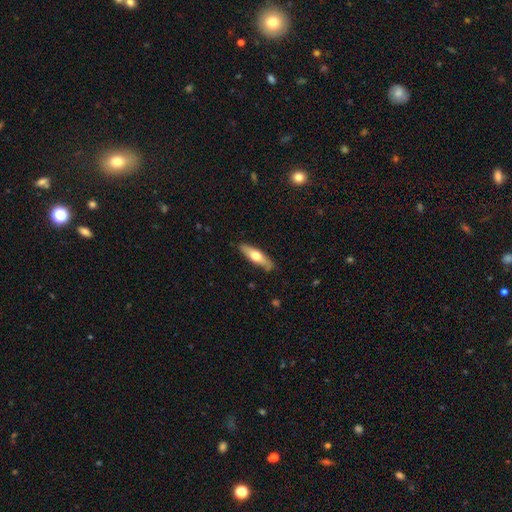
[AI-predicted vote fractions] Smooth or featured: smooth — 52% (featured or disk — 43%)
How rounded: cigar-shaped — 66% (in between — 32%)
Merging: none — 86% (minor disturbance — 11%)